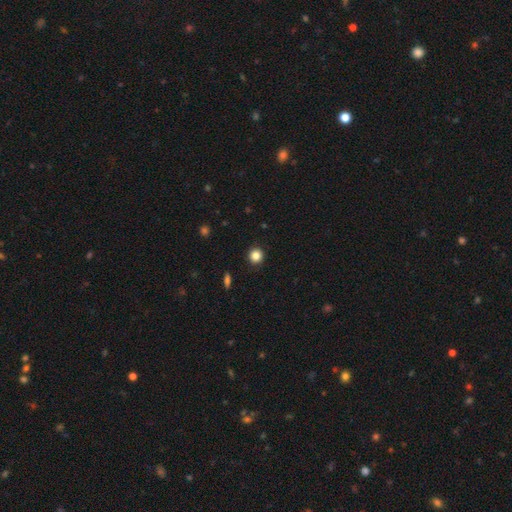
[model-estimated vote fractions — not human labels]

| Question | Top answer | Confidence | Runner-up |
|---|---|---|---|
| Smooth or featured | smooth | 84% | star or artifact (11%) |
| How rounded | round | 92% | in between (7%) |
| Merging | none | 91% | minor disturbance (6%) |